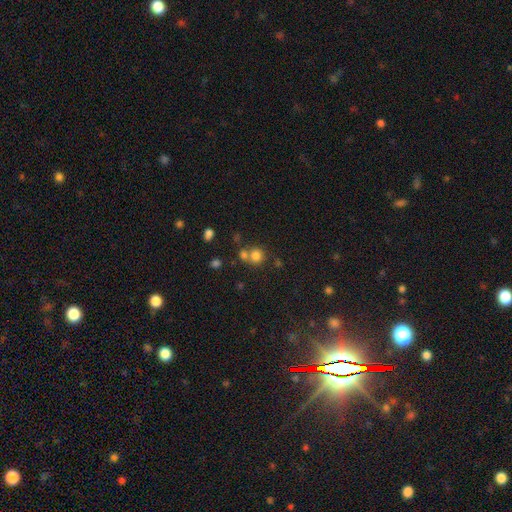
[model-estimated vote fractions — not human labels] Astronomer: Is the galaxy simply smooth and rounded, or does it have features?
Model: smooth — 77%.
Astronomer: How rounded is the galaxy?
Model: round — 86%.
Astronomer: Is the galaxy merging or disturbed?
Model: none — 53% (runner-up: merger, 35%).